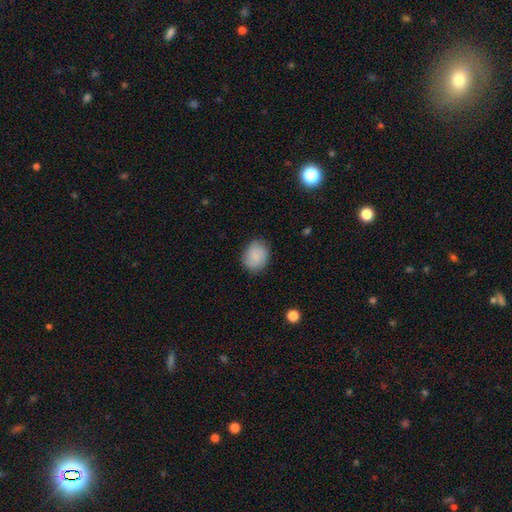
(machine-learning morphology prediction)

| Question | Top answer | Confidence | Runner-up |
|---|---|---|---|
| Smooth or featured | smooth | 79% | featured or disk (14%) |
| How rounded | round | 51% | in between (48%) |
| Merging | none | 83% | minor disturbance (13%) |